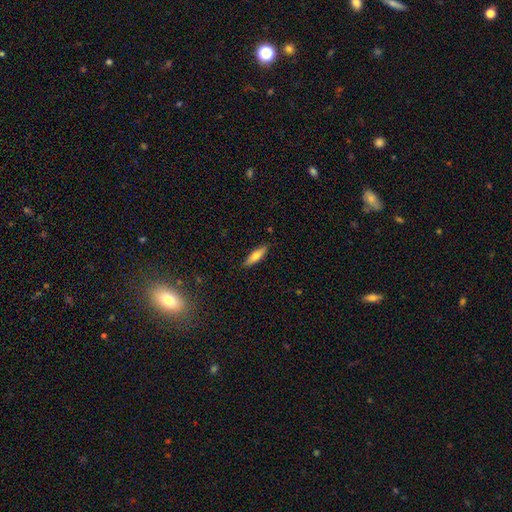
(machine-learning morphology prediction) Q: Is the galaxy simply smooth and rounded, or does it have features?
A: smooth — 64%.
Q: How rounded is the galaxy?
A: cigar-shaped — 64%.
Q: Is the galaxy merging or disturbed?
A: none — 88%.